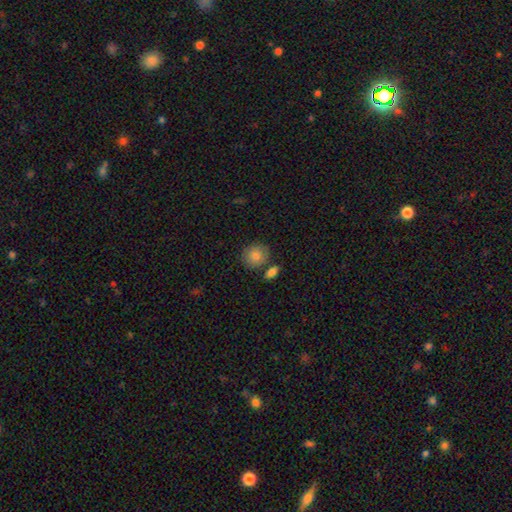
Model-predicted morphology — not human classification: type=smooth (83%); roundness=round (81%); merging=none (74%).